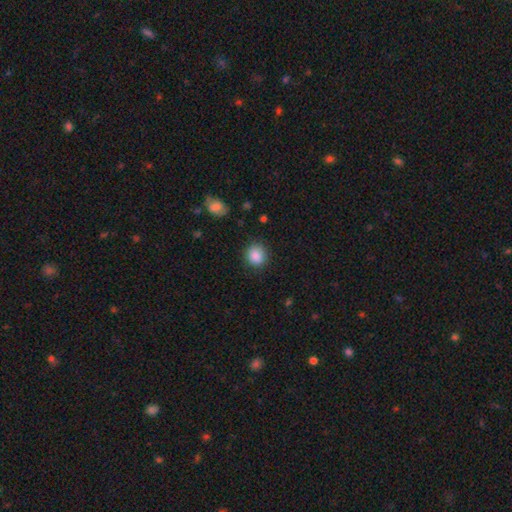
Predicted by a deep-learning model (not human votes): Smooth or featured: smooth — 88% (star or artifact — 9%)
How rounded: round — 81% (in between — 18%)
Merging: none — 85% (minor disturbance — 11%)